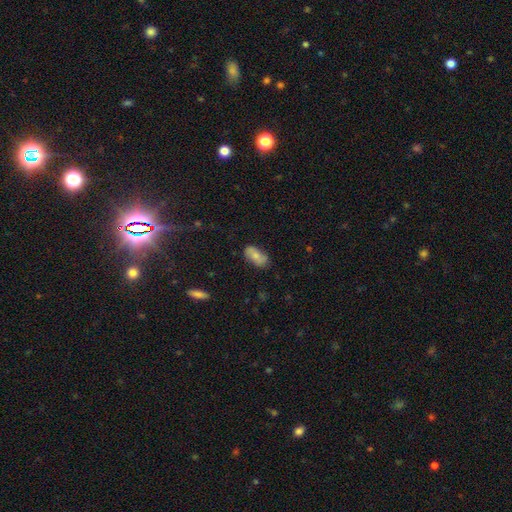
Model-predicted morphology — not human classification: Overall: smooth (65%; featured or disk 28%). How rounded: in between (92%). Merging: none (74%).